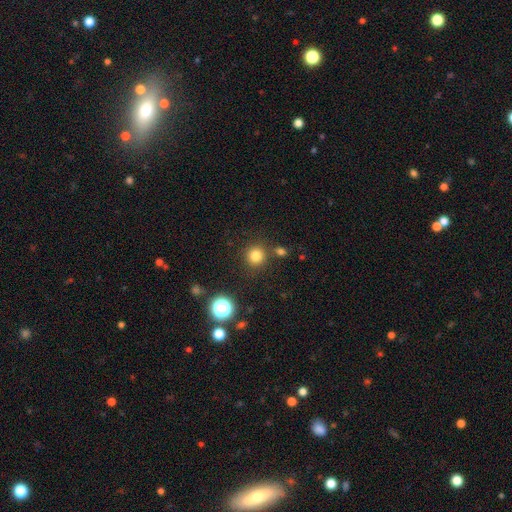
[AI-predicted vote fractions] Q: Smooth or featured?
A: smooth (80%); runner-up: star or artifact (14%)
Q: How rounded?
A: round (92%); runner-up: in between (7%)
Q: Merging?
A: none (83%); runner-up: minor disturbance (8%)